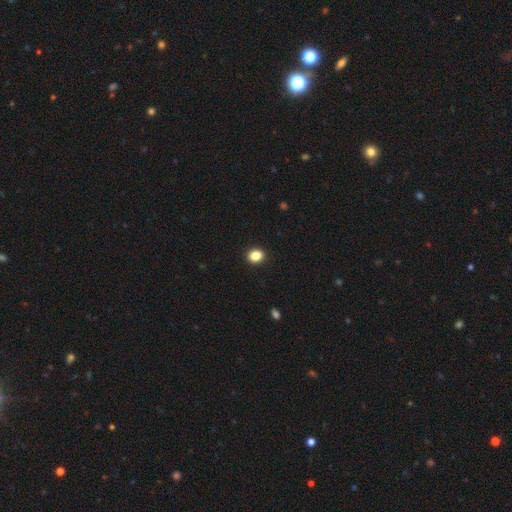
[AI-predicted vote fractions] Smooth or featured: smooth — 86% (star or artifact — 10%)
How rounded: round — 61% (in between — 38%)
Merging: none — 92% (minor disturbance — 5%)